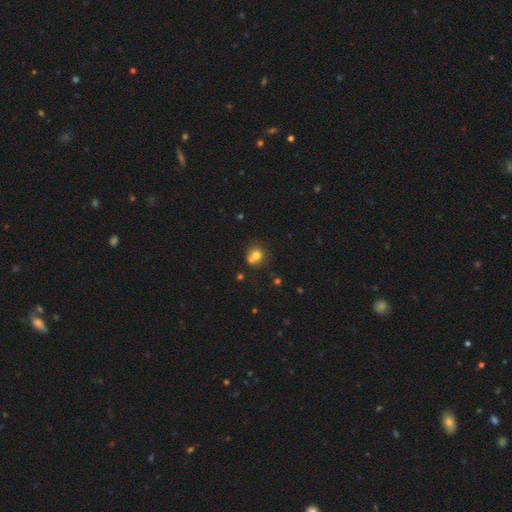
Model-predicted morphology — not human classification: Overall: smooth (72%). How rounded: round (80%). Merging: merger (46%; none 40%).